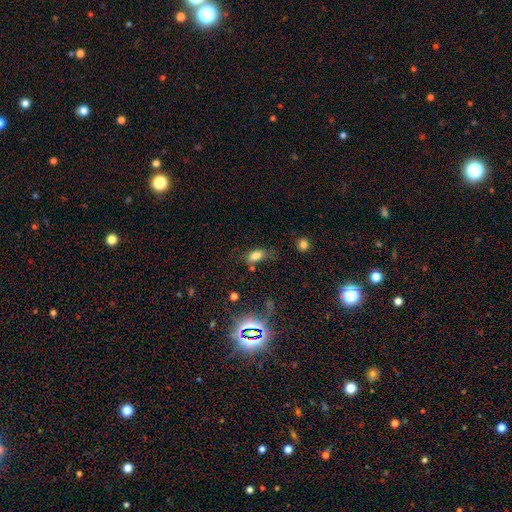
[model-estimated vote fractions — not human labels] Q: Smooth or featured?
A: smooth (75%); runner-up: star or artifact (15%)
Q: How rounded?
A: in between (87%); runner-up: round (8%)
Q: Merging?
A: none (55%); runner-up: minor disturbance (25%)